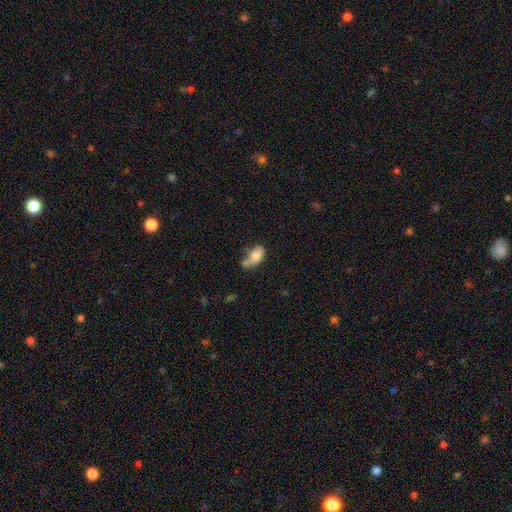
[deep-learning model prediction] A smooth galaxy with no disk features (78%) that is in between round and cigar-shaped (90%). Merging: none (40%).